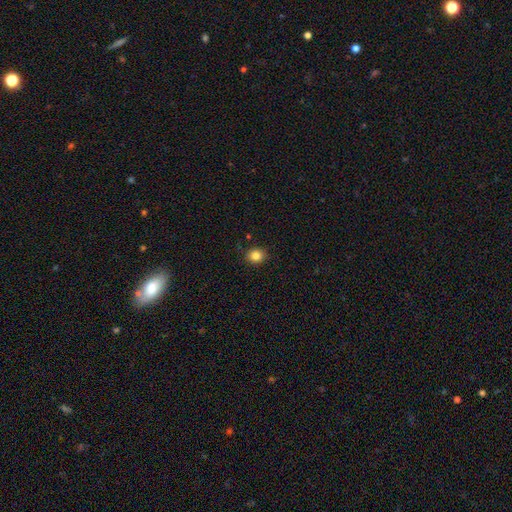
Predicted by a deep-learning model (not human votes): Morphology: type=smooth (84%); roundness=round (76%); merging=none (89%).